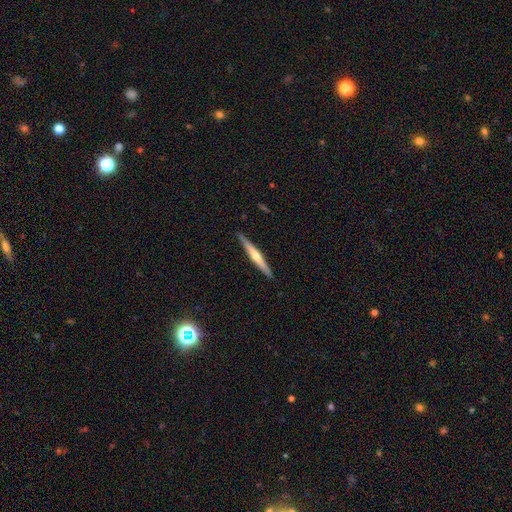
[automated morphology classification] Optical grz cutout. It shows a featured or disk galaxy (63%) viewed edge-on (97%) with a rounded central bulge (75%). Merging: none (90%).